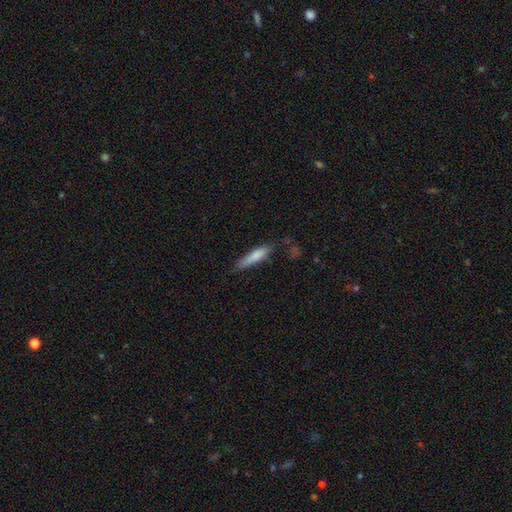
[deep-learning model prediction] smooth 77%, featured or disk 17%, star or artifact 6%. Down the decision tree: how rounded — cigar-shaped (82%); merging — none (69%).